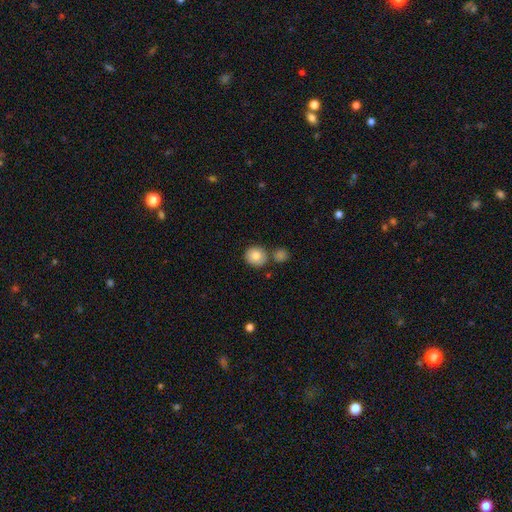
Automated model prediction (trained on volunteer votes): The model was most divided on "merging": none: 72%, merger: 15%, minor disturbance: 10%, major disturbance: 3%. More confident: how rounded — round (87%); smooth or featured — smooth (82%).